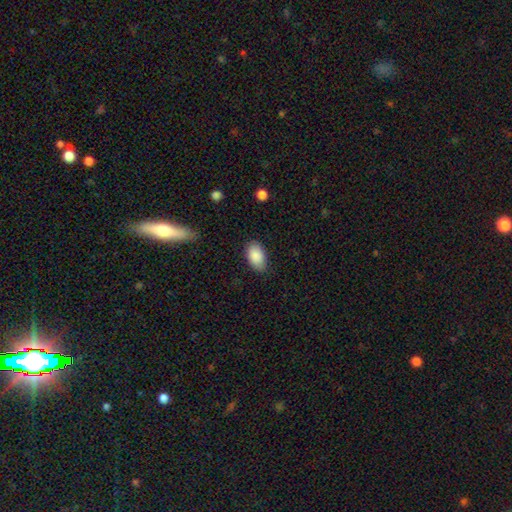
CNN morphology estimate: Overall: smooth (88%). How rounded: in between (93%). Merging: none (76%).